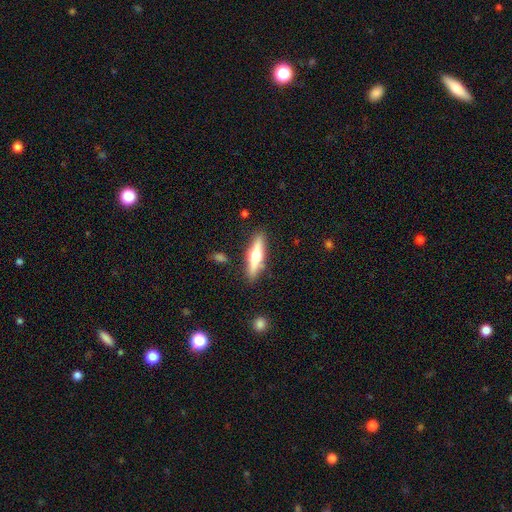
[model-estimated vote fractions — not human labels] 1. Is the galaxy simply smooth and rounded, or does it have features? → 58% featured or disk, 36% smooth, 6% star or artifact.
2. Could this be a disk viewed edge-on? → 95% yes, 5% no.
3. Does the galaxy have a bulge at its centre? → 94% rounded, 3% boxy, 2% none.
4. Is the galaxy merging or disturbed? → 86% none, 10% minor disturbance, 2% merger, 2% major disturbance.